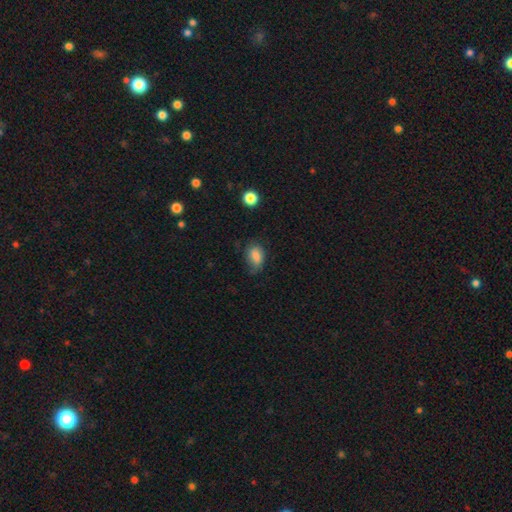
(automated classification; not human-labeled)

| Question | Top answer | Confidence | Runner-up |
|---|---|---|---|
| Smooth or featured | smooth | 81% | featured or disk (10%) |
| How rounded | in between | 83% | round (16%) |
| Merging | none | 57% | minor disturbance (31%) |